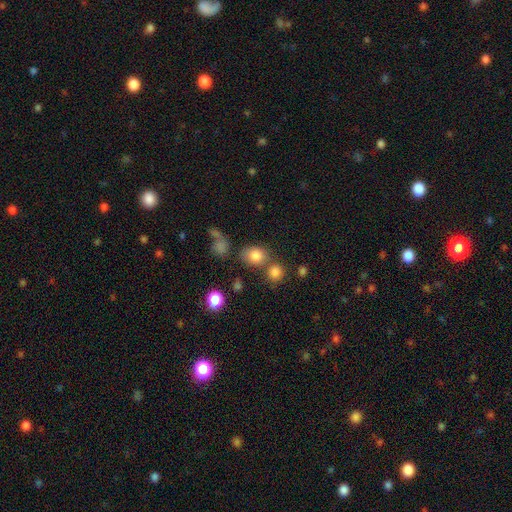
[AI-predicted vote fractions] Smooth or featured? Predicted: smooth (p=0.81). How rounded? Predicted: round (p=0.54). Merging? Predicted: none (p=0.58).